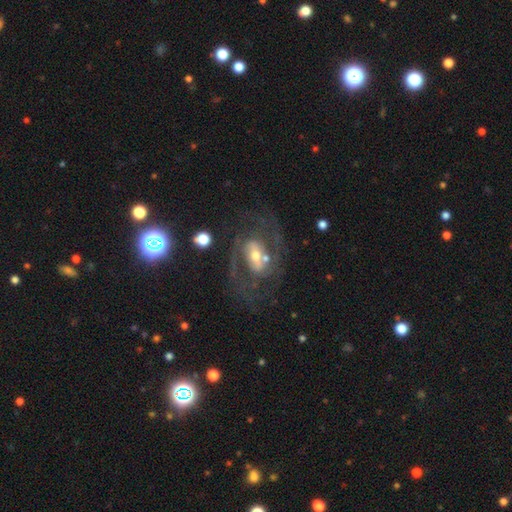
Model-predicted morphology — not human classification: Smooth or featured: featured or disk — 82% (smooth — 11%)
Edge-on disk: no — 96% (yes — 4%)
Bar: weak — 40% (strong — 34%)
Spiral arms: yes — 85% (no — 15%)
Spiral winding: medium — 51% (tight — 27%)
Spiral arm count: 2 — 73% (can't tell — 13%)
Bulge size: moderate — 56% (small — 33%)
Merging: none — 58% (major disturbance — 19%)